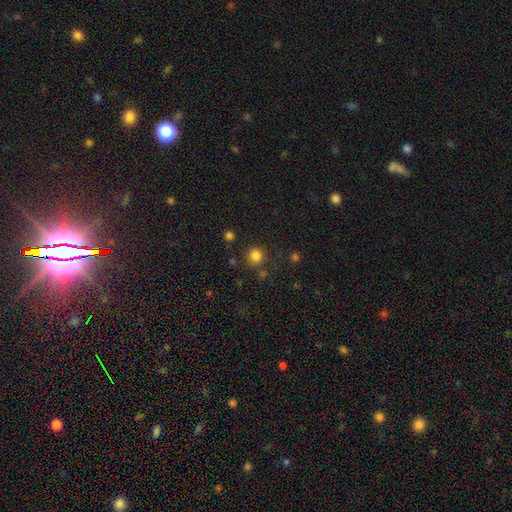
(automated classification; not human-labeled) Smooth or featured: smooth — 82% (star or artifact — 14%)
How rounded: round — 90% (in between — 9%)
Merging: none — 82% (minor disturbance — 9%)